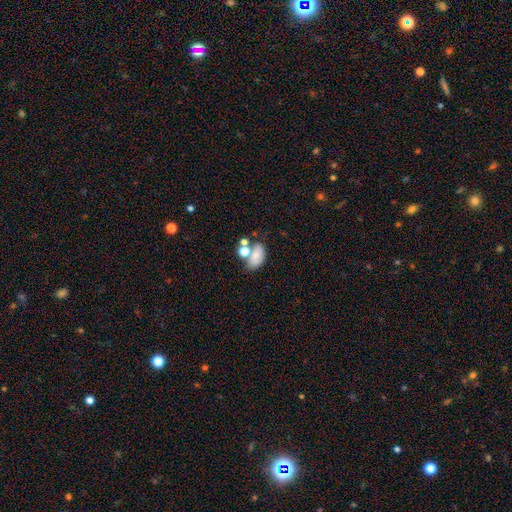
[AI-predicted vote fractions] Smooth or featured? Predicted: smooth (p=0.71). How rounded? Predicted: in between (p=0.84). Merging? Predicted: none (p=0.43).